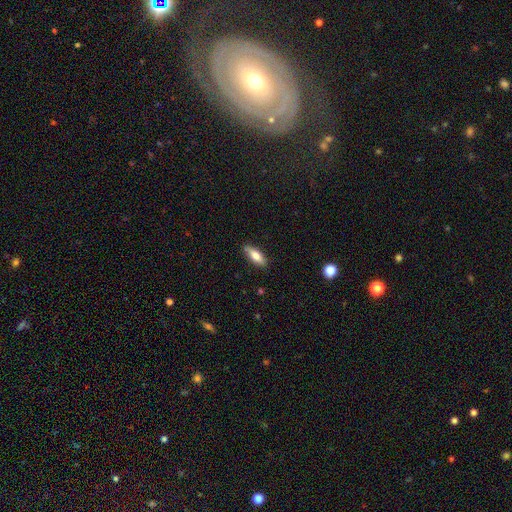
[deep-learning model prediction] The model was most divided on "how rounded": in between: 62%, cigar-shaped: 36%, round: 2%. More confident: merging — none (85%); smooth or featured — smooth (72%).